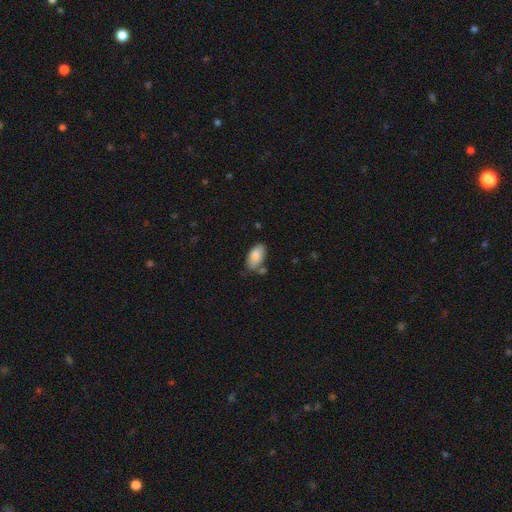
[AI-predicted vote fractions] This appears to be a smooth galaxy with no disk features (85%) that is in between round and cigar-shaped (94%). Merging: none (69%).